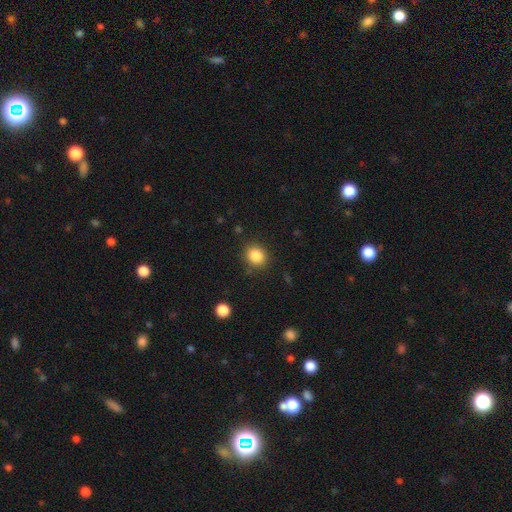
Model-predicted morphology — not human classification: smooth-or-featured: smooth: 85% | star or artifact: 10% | featured or disk: 5%
  how-rounded: round: 73% | in between: 26% | cigar-shaped: 1%
  merging: none: 86% | minor disturbance: 10% | major disturbance: 3% | merger: 2%